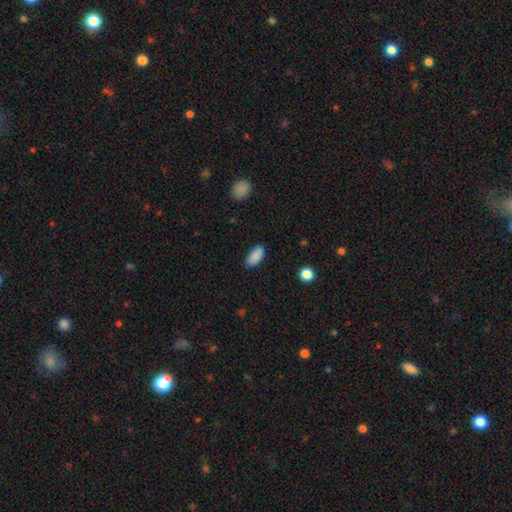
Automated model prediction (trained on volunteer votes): Morphology: type=smooth (88%); roundness=in between (91%); merging=none (80%).